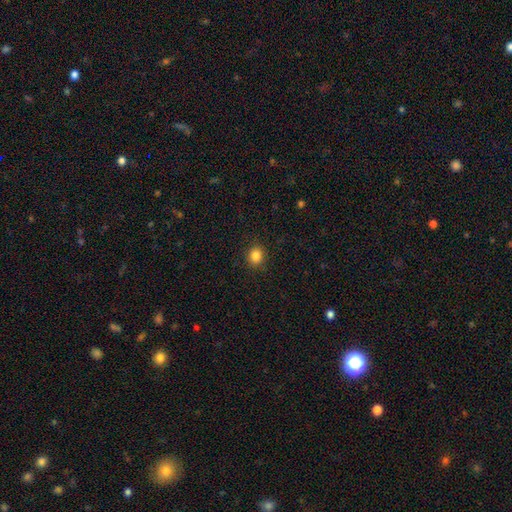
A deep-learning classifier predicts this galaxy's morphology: This appears to be a smooth galaxy with no disk features (85%) that is round (73%). Merging: none (90%).